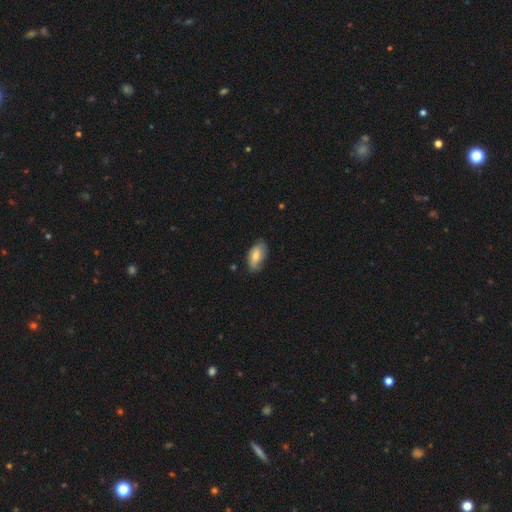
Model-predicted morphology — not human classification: type=smooth (71%); roundness=in between (91%); merging=none (69%).